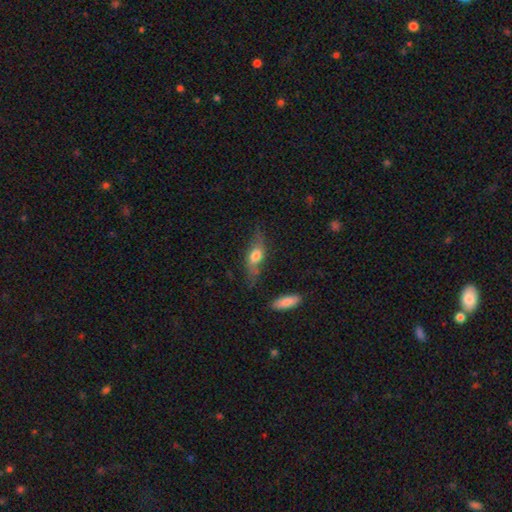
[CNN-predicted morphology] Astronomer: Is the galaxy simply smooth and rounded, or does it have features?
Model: smooth — 54% (runner-up: featured or disk, 38%).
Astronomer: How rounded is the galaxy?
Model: in between — 55% (runner-up: cigar-shaped, 38%).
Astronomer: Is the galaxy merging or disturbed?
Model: none — 60%.